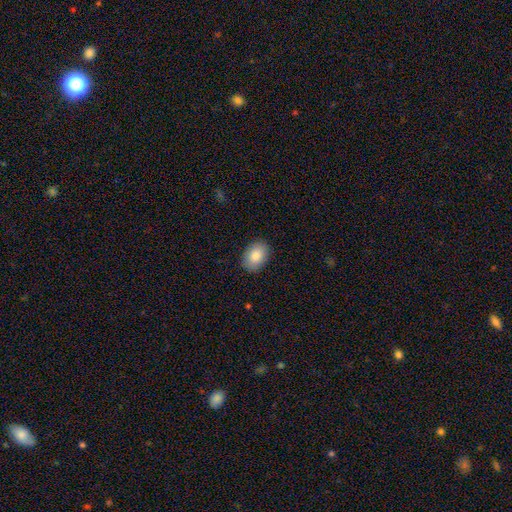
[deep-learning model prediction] smooth_or_featured: smooth (p=0.87) [alt: star or artifact p=0.06]
how_rounded: in between (p=0.84) [alt: round p=0.15]
merging: none (p=0.88) [alt: minor disturbance p=0.09]